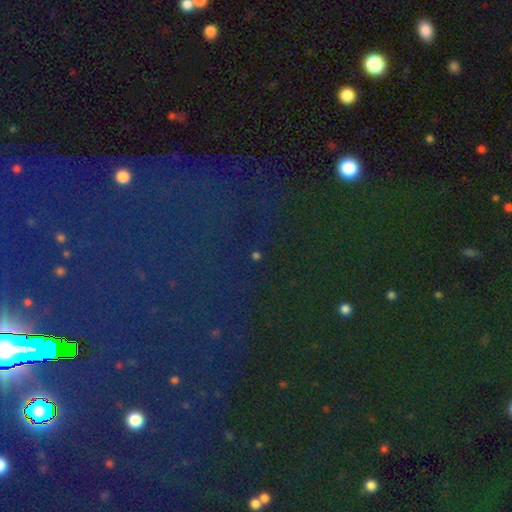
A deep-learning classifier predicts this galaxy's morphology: Q: Smooth or featured?
A: star or artifact (73%); runner-up: smooth (18%)